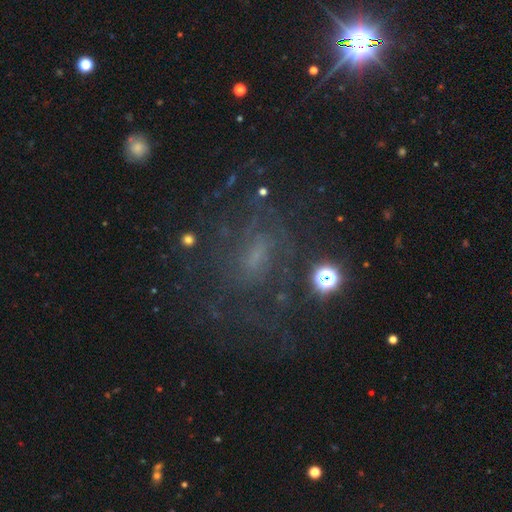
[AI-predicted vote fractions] Morphology: type=featured or disk (53%); edge-on=no (94%); merging=none (64%).